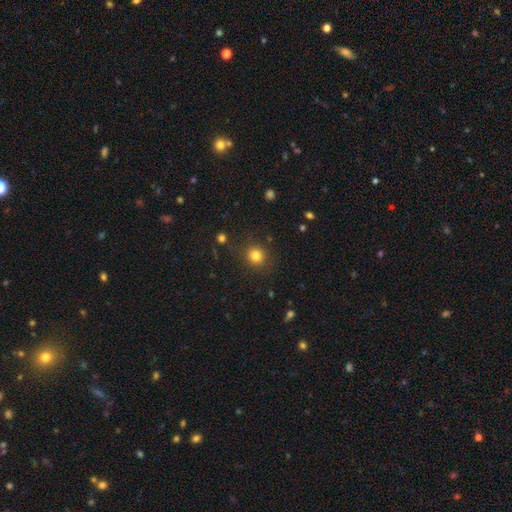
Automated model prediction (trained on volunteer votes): The model was most divided on "smooth or featured": smooth: 81%, star or artifact: 13%, featured or disk: 5%. More confident: how rounded — round (89%); merging — none (86%).